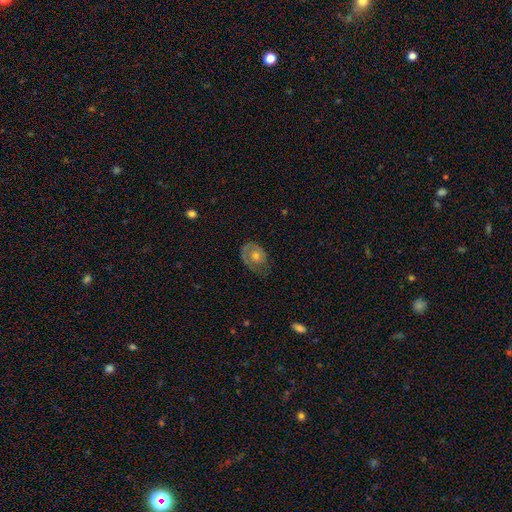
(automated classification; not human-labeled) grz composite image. It shows a featured or disk galaxy (58%) with no bar (84%), spiral arms (60%) and a moderate central bulge (64%). Merging: none (60%).